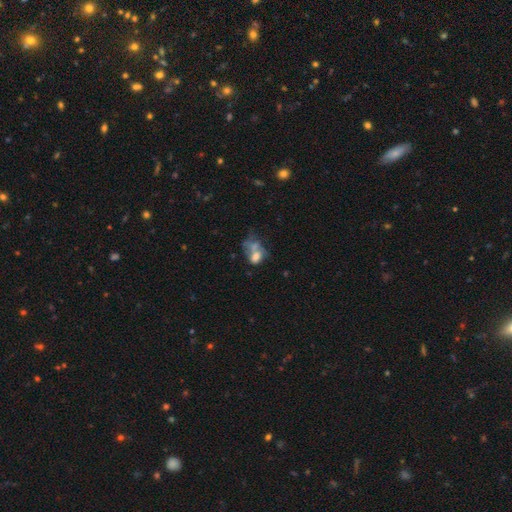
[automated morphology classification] smooth 53%, featured or disk 33%, star or artifact 14%. Down the decision tree: how rounded — in between (73%); merging — merger (37%).